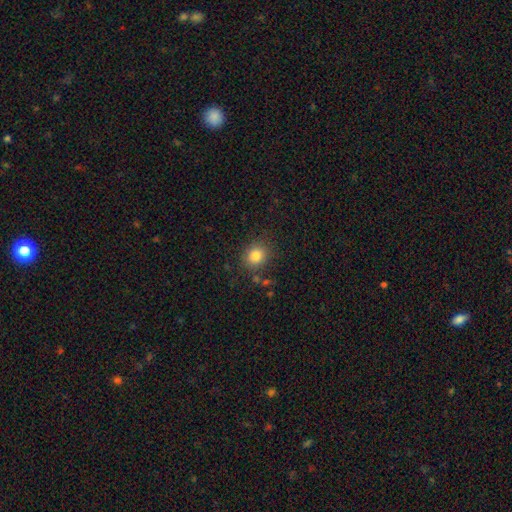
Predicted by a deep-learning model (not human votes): This appears to be a smooth galaxy with no disk features (82%) that is round (79%). Merging: none (83%).